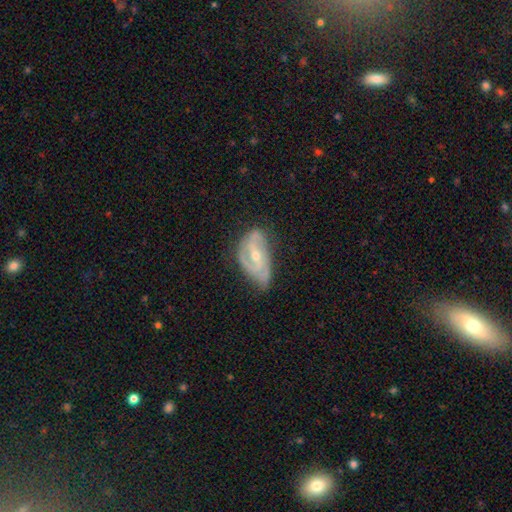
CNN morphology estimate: type=featured or disk (79%); edge-on=no (95%); bar=weak (41%, tied with no); spiral arms=yes (90%); winding=medium (43%); arm count=2 (51%); bulge=small (52%); merging=none (46%).